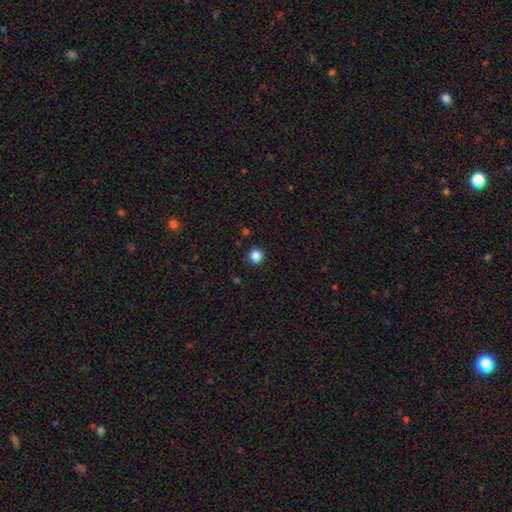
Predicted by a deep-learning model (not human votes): The model was most divided on "smooth or featured": smooth: 86%, star or artifact: 12%, featured or disk: 3%. More confident: how rounded — round (95%); merging — none (93%).